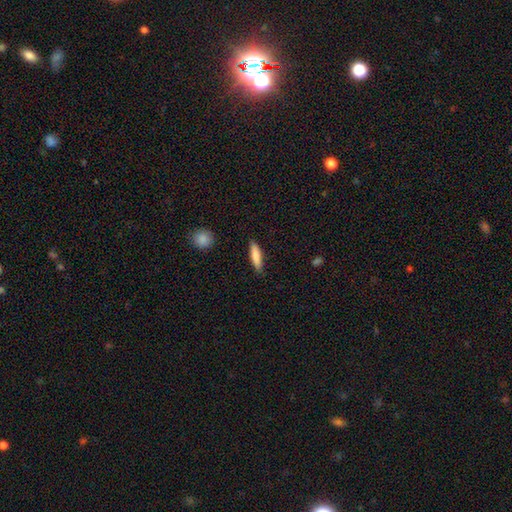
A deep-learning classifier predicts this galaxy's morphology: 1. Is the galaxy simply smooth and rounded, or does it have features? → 83% smooth, 11% featured or disk, 6% star or artifact.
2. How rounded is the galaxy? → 76% cigar-shaped, 23% in between, 2% round.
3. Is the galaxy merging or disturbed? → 87% none, 10% minor disturbance, 2% major disturbance, 1% merger.